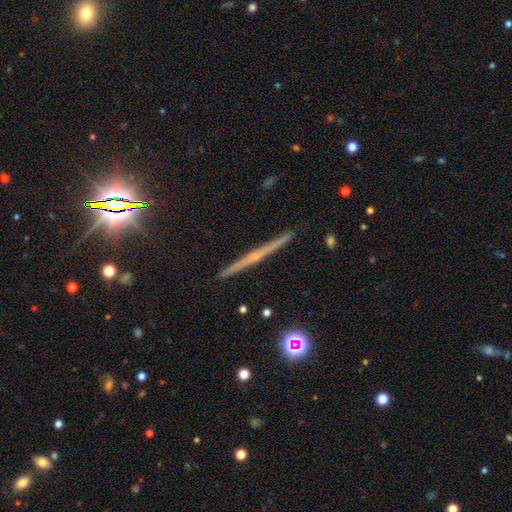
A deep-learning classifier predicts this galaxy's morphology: A featured or disk galaxy (69%) viewed edge-on (98%) with a rounded central bulge (48%). Merging: none (92%).